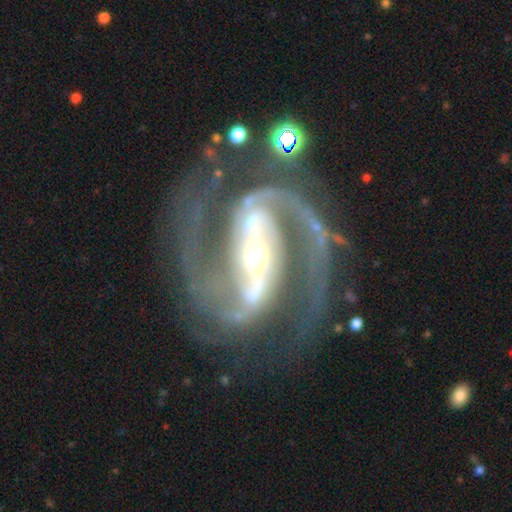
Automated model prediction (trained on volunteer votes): The model was most divided on "bulge size": moderate: 49%, small: 42%, large: 6%, dominant: 1%, none: 1%. More confident: spiral arms — yes (99%); edge-on disk — no (97%); smooth or featured — featured or disk (93%); spiral arm count — 2 (91%); merging — none (74%); bar — strong (72%); spiral winding — medium (63%).